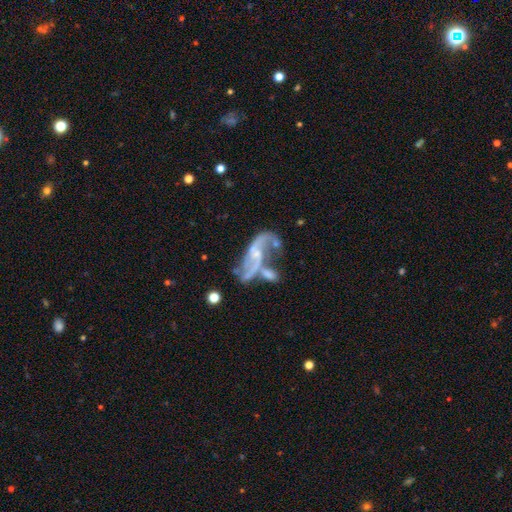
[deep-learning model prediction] The model was most divided on "merging": merger: 40%, none: 25%, major disturbance: 22%, minor disturbance: 14%. More confident: edge-on disk — no (93%); spiral arms — yes (84%); smooth or featured — featured or disk (82%); spiral arm count — 2 (81%); spiral winding — loose (80%); bulge size — small (59%); bar — no (53%).